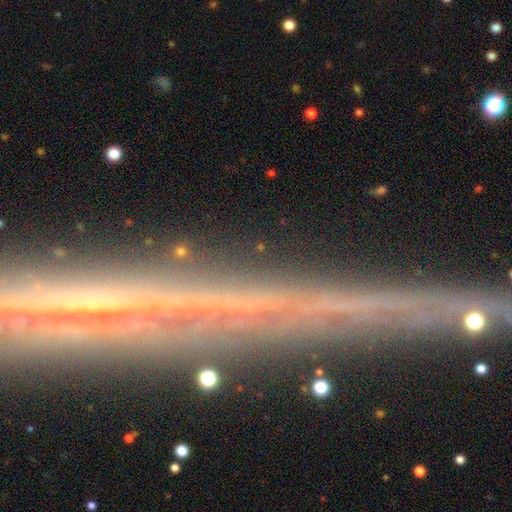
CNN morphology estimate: type=featured or disk (50%); merging=none (86%).